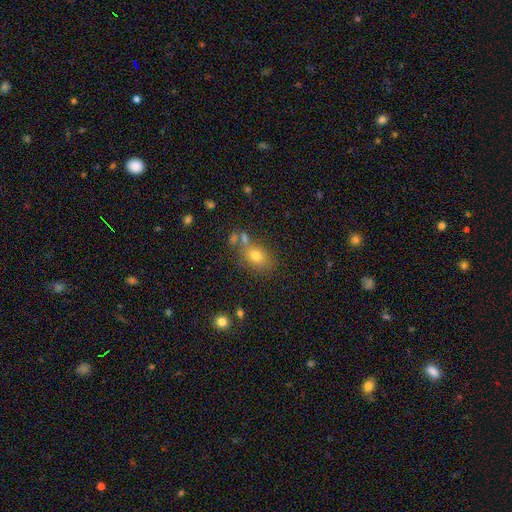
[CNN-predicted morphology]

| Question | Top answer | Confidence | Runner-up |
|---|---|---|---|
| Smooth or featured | smooth | 74% | star or artifact (14%) |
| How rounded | in between | 64% | round (35%) |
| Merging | none | 64% | merger (16%) |